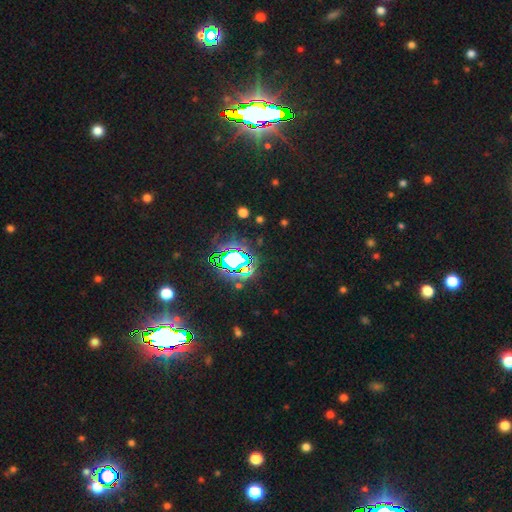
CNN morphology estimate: smooth_or_featured: star or artifact (p=0.83) [alt: smooth p=0.09]